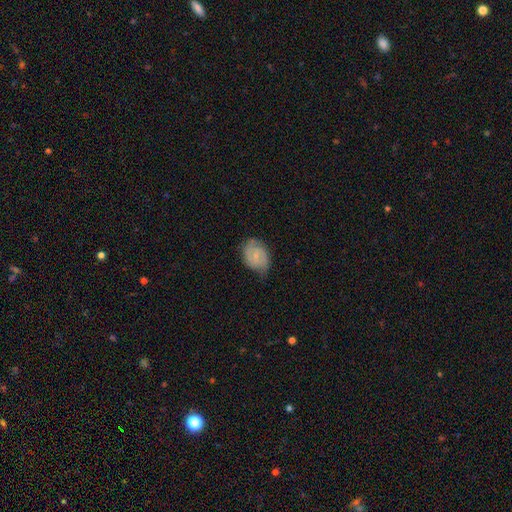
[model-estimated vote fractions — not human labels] A featured or disk galaxy (60%) with a weak bar (49%), 2 (77%) tight (44%) spiral arms (88%) and a small central bulge (63%).

Vote fractions:
- Smooth or featured? featured or disk: 60% / smooth: 33% / star or artifact: 7%
- Edge-on disk? no: 97% / yes: 3%
- Bar? weak: 49% / no: 41% / strong: 10%
- Spiral arms? yes: 88% / no: 12%
- Spiral winding? tight: 44% / medium: 43% / loose: 13%
- Spiral arm count? 2: 77% / can't tell: 14% / 1: 3% / 3: 3% / 4: 1% / more than 4: 1%
- Bulge size? small: 63% / moderate: 20% / none: 15% / large: 1% / dominant: 1%
- Merging? none: 66% / minor disturbance: 26% / major disturbance: 7% / merger: 1%